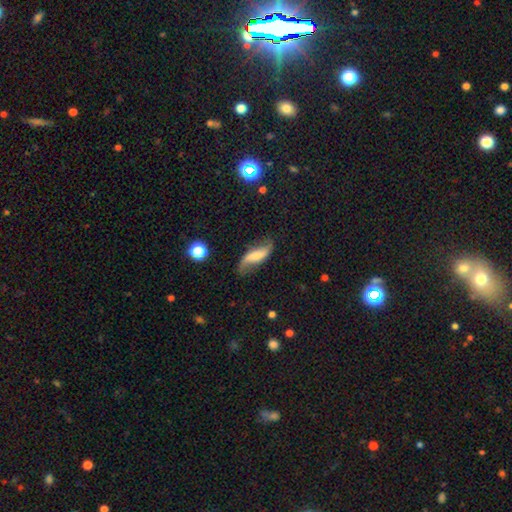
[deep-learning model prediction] Overall: featured or disk (64%; smooth 27%). Edge-on disk: no (87%). Bar: no (38%; weak 34%). Spiral arms: yes (91%). Spiral arm count: 2 (90%). Spiral winding: loose (86%). Bulge size: small (35%; none 27%). Merging: none (67%).